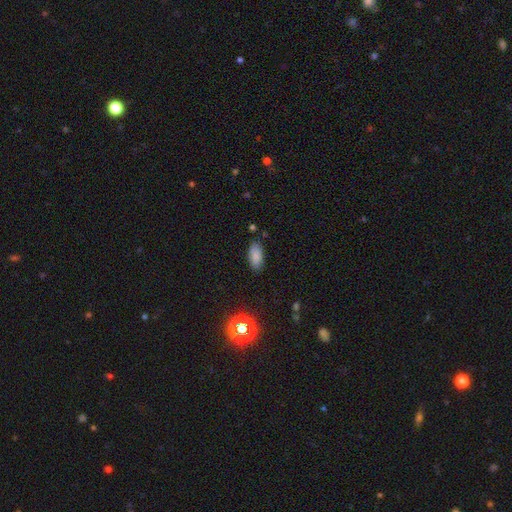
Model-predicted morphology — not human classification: The model was most divided on "merging": none: 84%, minor disturbance: 12%, major disturbance: 3%, merger: 2%. More confident: how rounded — in between (90%); smooth or featured — smooth (84%).